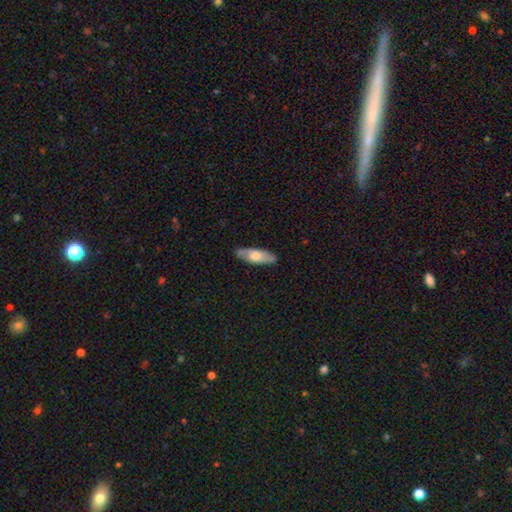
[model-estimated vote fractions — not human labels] smooth 53%, featured or disk 42%, star or artifact 6%. Down the decision tree: how rounded — in between (59%); merging — none (83%).